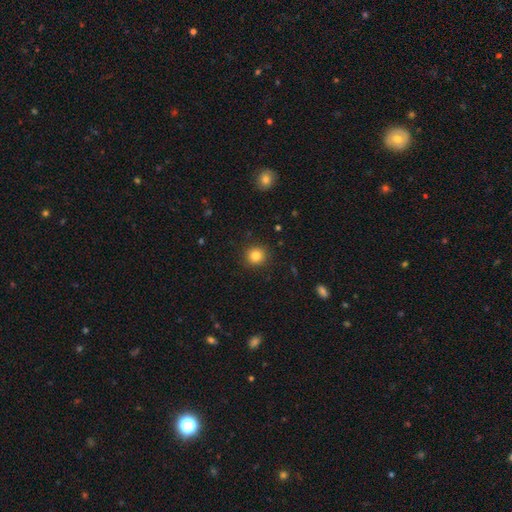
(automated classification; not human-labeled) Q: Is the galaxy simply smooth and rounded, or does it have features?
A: smooth — 84%.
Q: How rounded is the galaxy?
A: round — 91%.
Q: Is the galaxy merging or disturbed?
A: none — 91%.